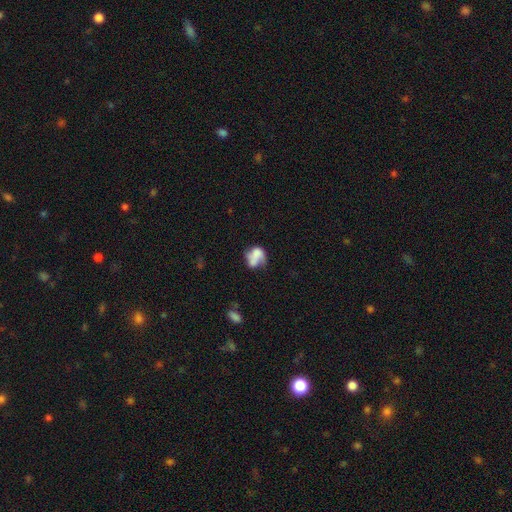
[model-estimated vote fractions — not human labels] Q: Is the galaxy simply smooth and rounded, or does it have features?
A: smooth — 60%.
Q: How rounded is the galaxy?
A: in between — 57%.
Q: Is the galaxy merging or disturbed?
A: none — 31%.